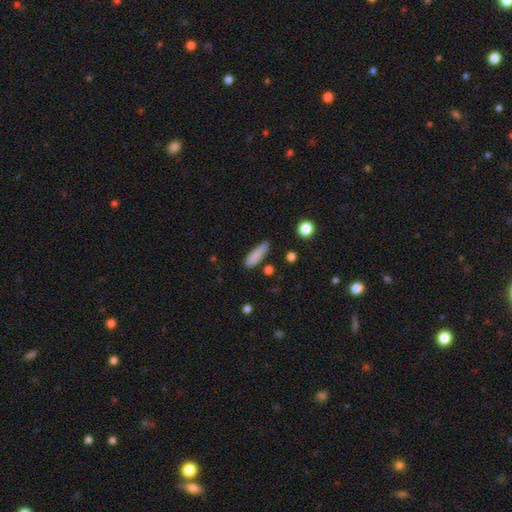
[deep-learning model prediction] Smooth or featured? Predicted: smooth (p=0.84). How rounded? Predicted: cigar-shaped (p=0.63). Merging? Predicted: none (p=0.68).